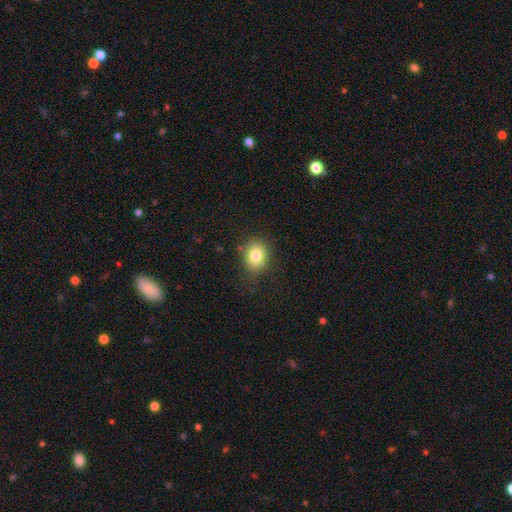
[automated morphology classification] Overall: smooth (82%). How rounded: round (58%; in between 41%). Merging: none (83%).